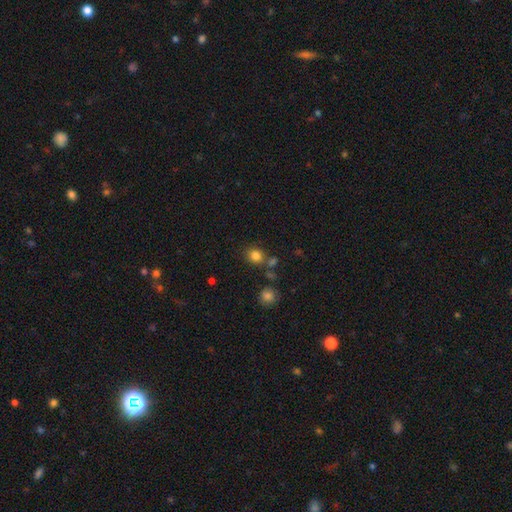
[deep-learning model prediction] smooth 82%, star or artifact 13%, featured or disk 5%. Down the decision tree: how rounded — round (78%); merging — none (72%).